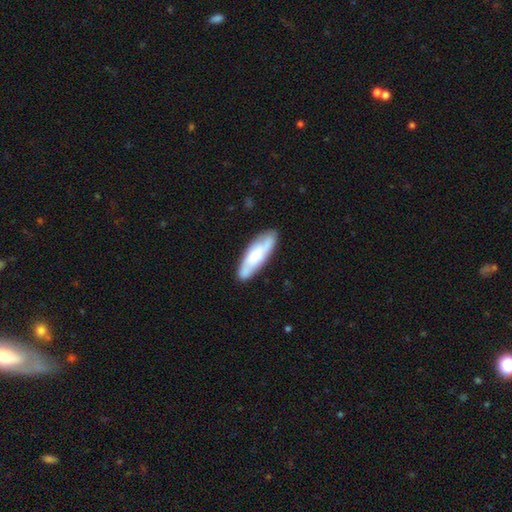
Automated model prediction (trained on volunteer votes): Smooth or featured: smooth — 56% (featured or disk — 38%)
How rounded: cigar-shaped — 55% (in between — 44%)
Merging: none — 78% (minor disturbance — 16%)